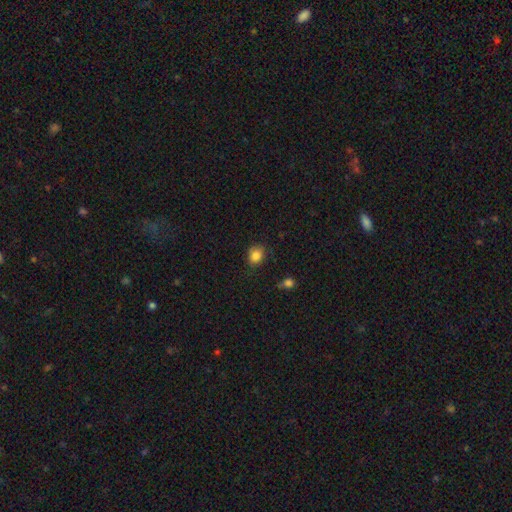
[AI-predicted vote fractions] Smooth or featured: smooth — 85% (star or artifact — 10%)
How rounded: round — 61% (in between — 38%)
Merging: none — 76% (minor disturbance — 19%)